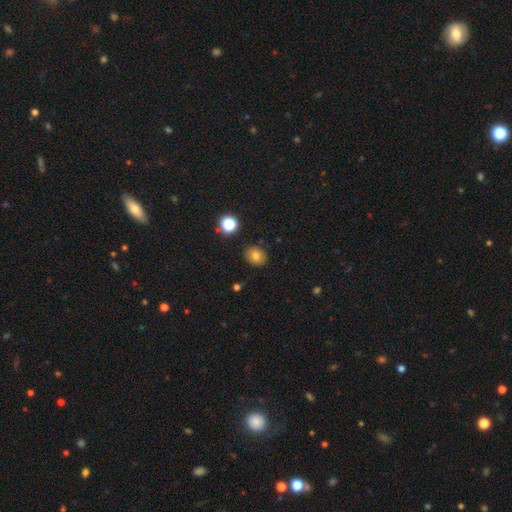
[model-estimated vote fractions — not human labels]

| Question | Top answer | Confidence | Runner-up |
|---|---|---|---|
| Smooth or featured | smooth | 76% | star or artifact (13%) |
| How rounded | round | 63% | in between (36%) |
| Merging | none | 85% | minor disturbance (10%) |